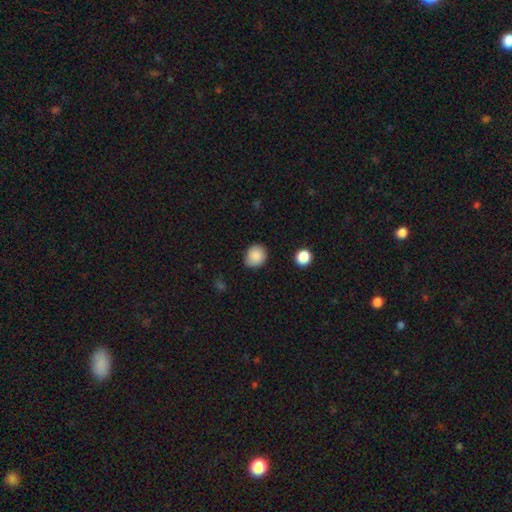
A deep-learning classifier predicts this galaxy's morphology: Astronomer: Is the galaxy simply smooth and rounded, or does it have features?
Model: smooth — 87%.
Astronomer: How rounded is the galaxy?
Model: round — 71%.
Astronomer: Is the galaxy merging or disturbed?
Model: none — 77%.